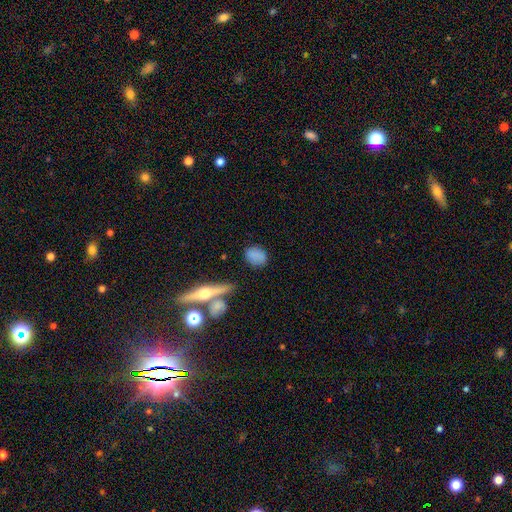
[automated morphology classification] Smooth or featured? Predicted: smooth (p=0.78). How rounded? Predicted: in between (p=0.64). Merging? Predicted: none (p=0.77).